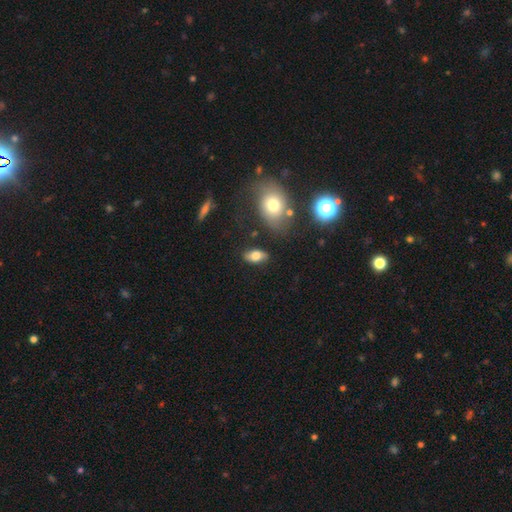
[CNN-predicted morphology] smooth-or-featured: smooth: 70% | featured or disk: 21% | star or artifact: 9%
  how-rounded: in between: 87% | cigar-shaped: 7% | round: 6%
  merging: none: 80% | minor disturbance: 13% | major disturbance: 4% | merger: 3%